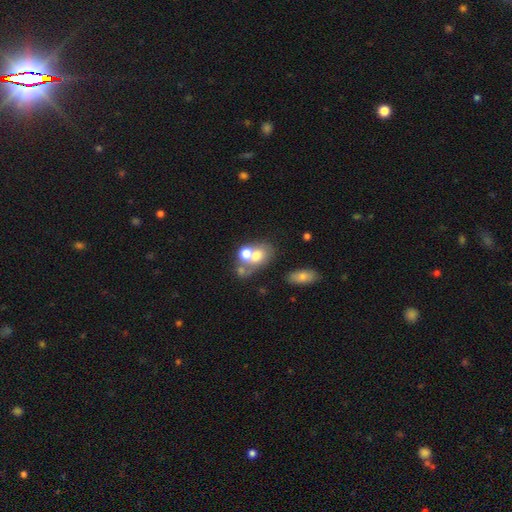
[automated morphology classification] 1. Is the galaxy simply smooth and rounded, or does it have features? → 61% smooth, 27% featured or disk, 12% star or artifact.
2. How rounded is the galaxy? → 57% in between, 41% round, 1% cigar-shaped.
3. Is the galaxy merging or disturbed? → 58% merger, 26% none, 9% minor disturbance, 7% major disturbance.